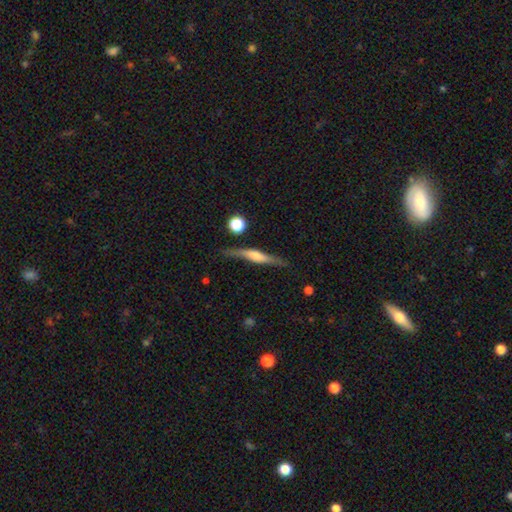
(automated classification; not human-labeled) This appears to be a featured or disk galaxy (63%) viewed edge-on (95%) with a rounded central bulge (63%). Merging: none (82%).